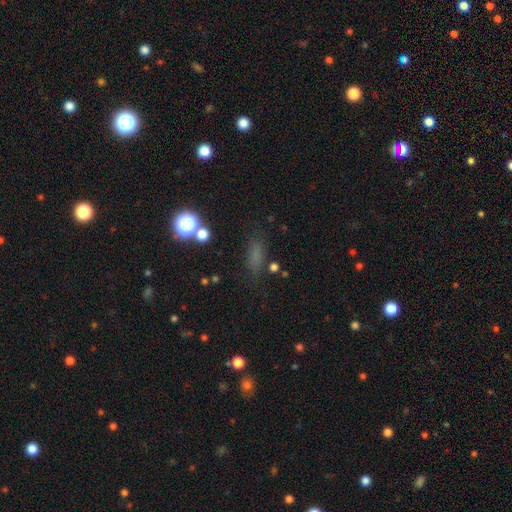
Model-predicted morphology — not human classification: smooth_or_featured: smooth (p=0.65) [alt: star or artifact p=0.26]
how_rounded: in between (p=0.55) [alt: cigar-shaped p=0.33]
merging: none (p=0.76) [alt: minor disturbance p=0.14]